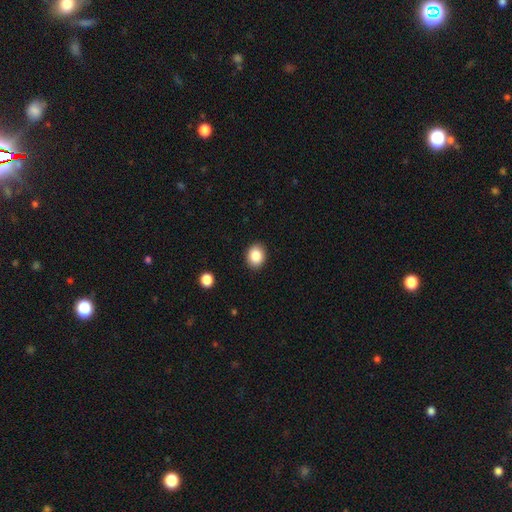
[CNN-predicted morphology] Smooth or featured?
  - smooth: 87% *
  - star or artifact: 9%
  - featured or disk: 4%
How rounded?
  - round: 52% *
  - in between: 47%
  - cigar-shaped: 1%
Merging?
  - none: 89% *
  - minor disturbance: 7%
  - major disturbance: 2%
  - merger: 1%